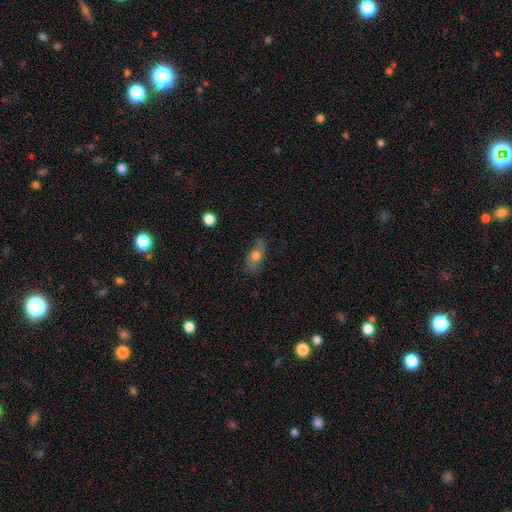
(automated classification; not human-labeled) This is likely a smooth galaxy (65%). How rounded: likely in between (77%). Merging: likely none (65%).